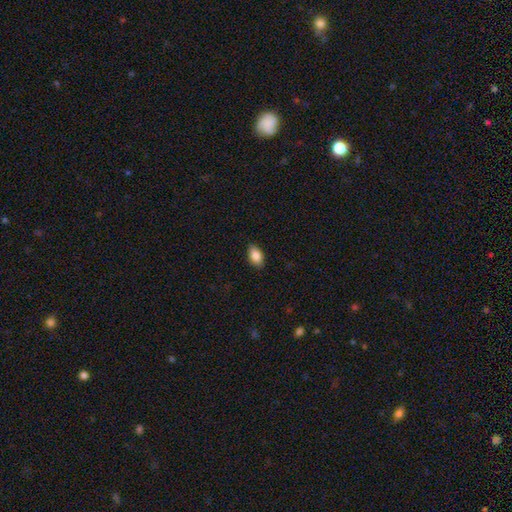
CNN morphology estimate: A smooth galaxy with no disk features (87%) that is in between round and cigar-shaped (91%).

Vote fractions:
- Smooth or featured? smooth: 87% / star or artifact: 7% / featured or disk: 6%
- How rounded? in between: 91% / round: 7% / cigar-shaped: 2%
- Merging? none: 87% / minor disturbance: 10% / major disturbance: 2% / merger: 1%